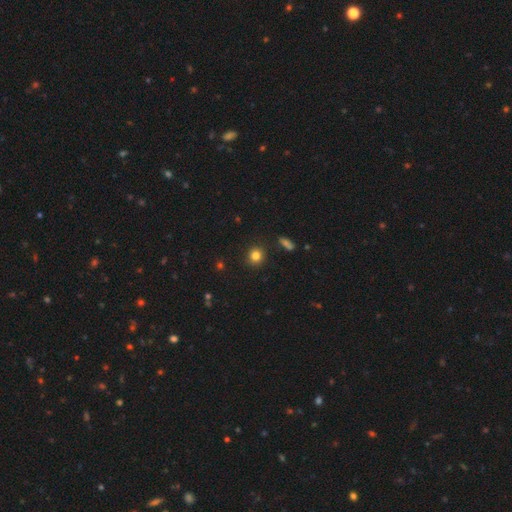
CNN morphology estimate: Smooth or featured? Predicted: smooth (p=0.82). How rounded? Predicted: round (p=0.88). Merging? Predicted: none (p=0.90).